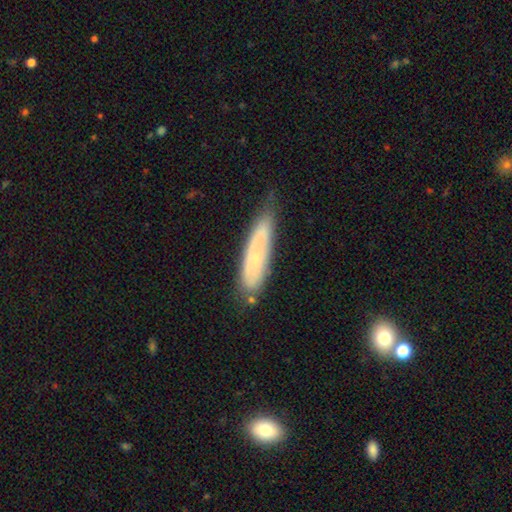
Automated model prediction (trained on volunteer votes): This is possibly a smooth galaxy (54%). How rounded: likely cigar-shaped (69%). Merging: likely none (61%).